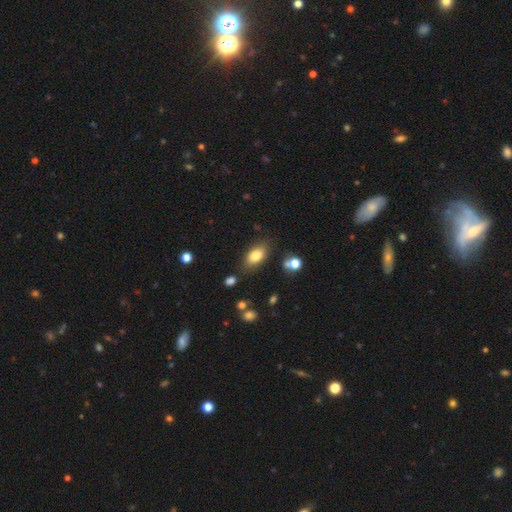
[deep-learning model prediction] Morphology: type=smooth (81%); roundness=in between (89%); merging=none (78%).